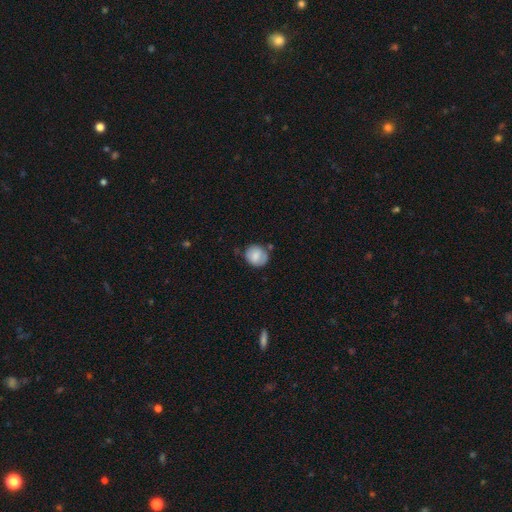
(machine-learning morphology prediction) The model was most divided on "merging": none: 69%, minor disturbance: 21%, merger: 5%, major disturbance: 5%. More confident: how rounded — round (81%); smooth or featured — smooth (76%).